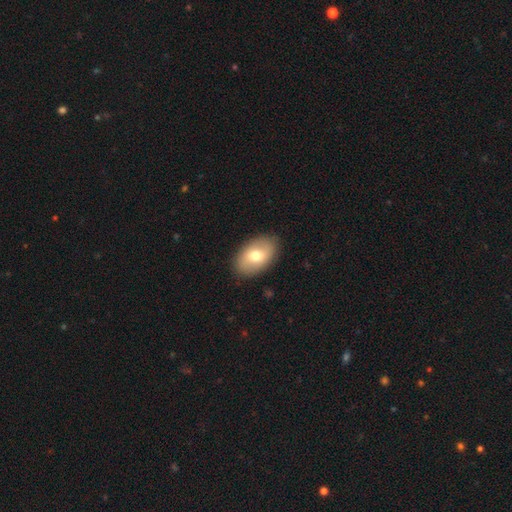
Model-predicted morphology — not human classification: type=smooth (67%); roundness=in between (90%); merging=none (88%).